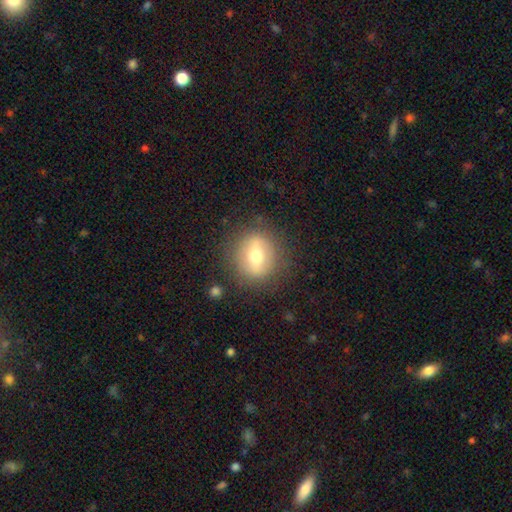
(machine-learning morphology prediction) featured or disk 46% (tied), smooth 46% (tied), star or artifact 8%. Down the decision tree: merging — none (84%).